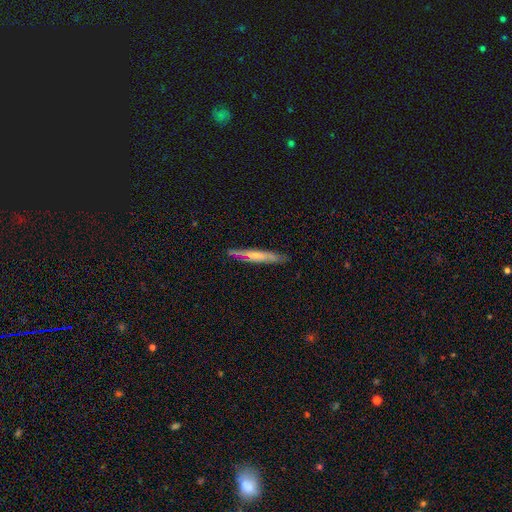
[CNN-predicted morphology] Q: Smooth or featured?
A: featured or disk (48%); runner-up: smooth (46%)
Q: Merging?
A: none (84%); runner-up: minor disturbance (12%)